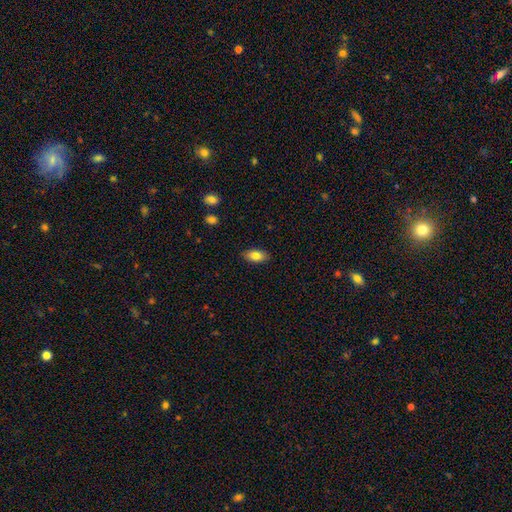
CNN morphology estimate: type=smooth (82%); roundness=in between (92%); merging=none (88%).